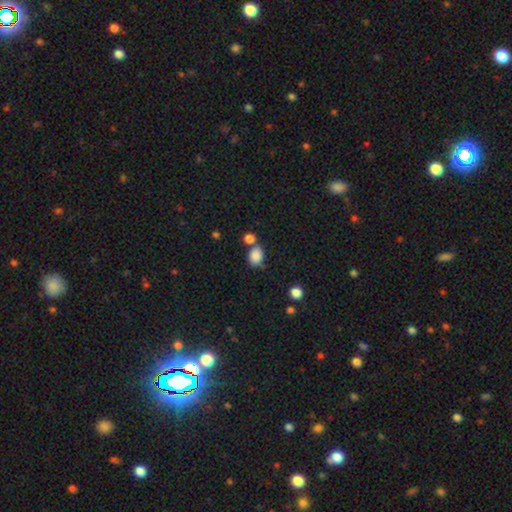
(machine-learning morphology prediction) A smooth galaxy with no disk features (86%) that is in between round and cigar-shaped (69%). Merging: none (56%).